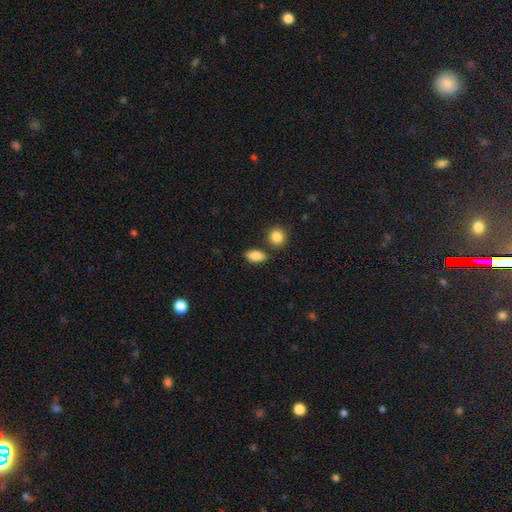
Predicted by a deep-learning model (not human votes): A smooth galaxy with no disk features (87%) that is in between round and cigar-shaped (86%).

Vote fractions:
- Smooth or featured? smooth: 87% / star or artifact: 8% / featured or disk: 6%
- How rounded? in between: 86% / round: 9% / cigar-shaped: 5%
- Merging? none: 75% / minor disturbance: 13% / merger: 9% / major disturbance: 3%